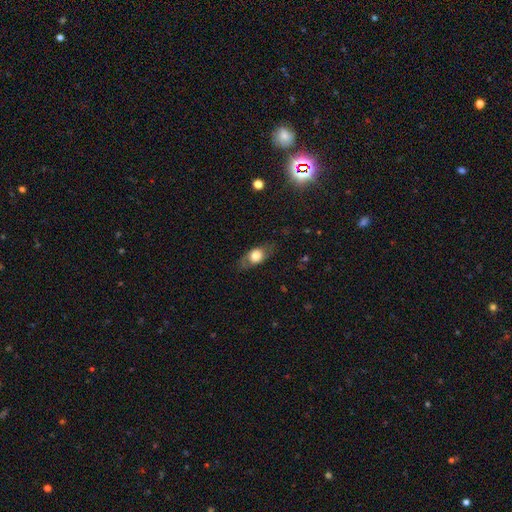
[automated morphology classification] type=smooth (60%); roundness=in between (69%); merging=none (73%).